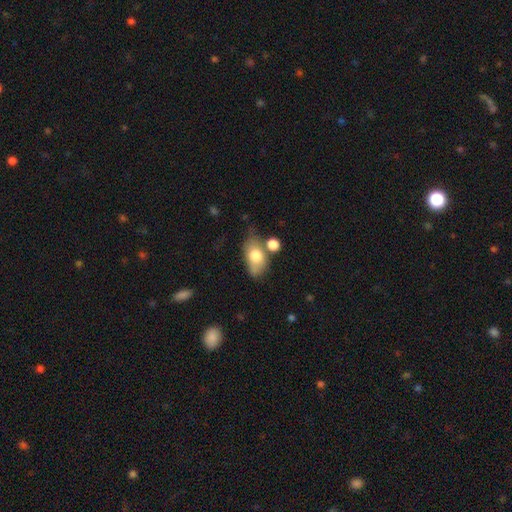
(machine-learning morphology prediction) type=smooth (72%); roundness=in between (86%); merging=none (49%).